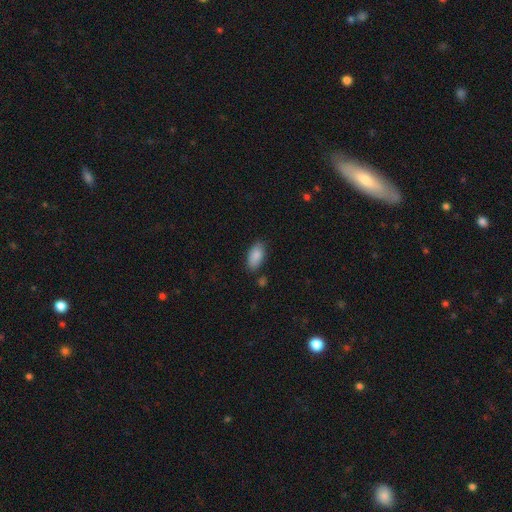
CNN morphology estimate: This is clearly a smooth galaxy (88%). How rounded: clearly in between (92%). Merging: likely none (77%).